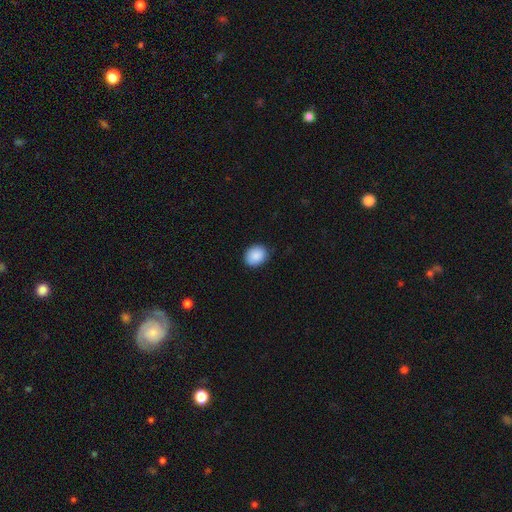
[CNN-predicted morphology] Smooth or featured?
  - smooth: 89% *
  - star or artifact: 7%
  - featured or disk: 4%
How rounded?
  - round: 51% *
  - in between: 48%
  - cigar-shaped: 1%
Merging?
  - none: 87% *
  - minor disturbance: 10%
  - major disturbance: 2%
  - merger: 1%